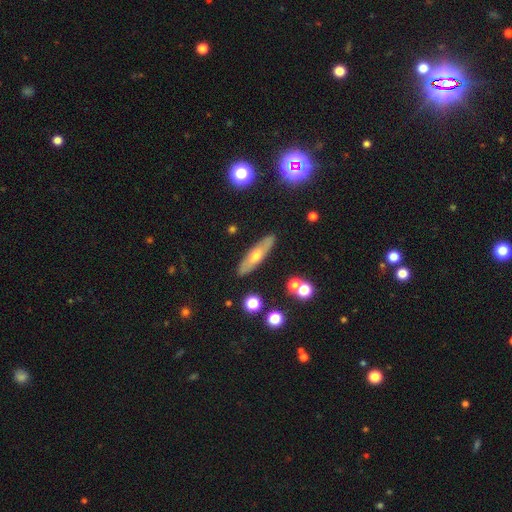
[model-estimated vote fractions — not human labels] Smooth or featured? smooth (48%)
Merging? none (86%)